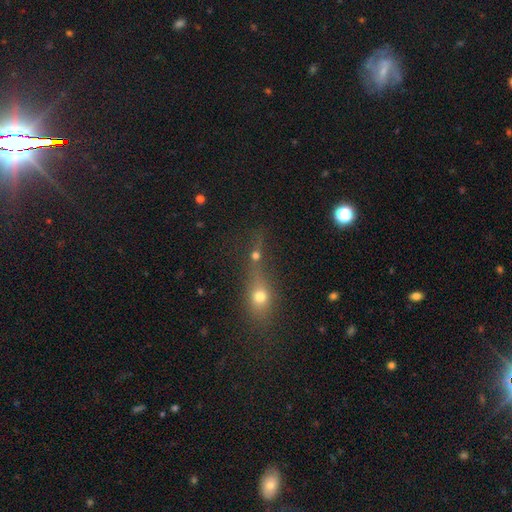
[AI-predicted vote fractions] Smooth or featured?
  - smooth: 50% *
  - star or artifact: 31%
  - featured or disk: 19%
Merging?
  - merger: 45% *
  - none: 39%
  - minor disturbance: 8%
  - major disturbance: 8%